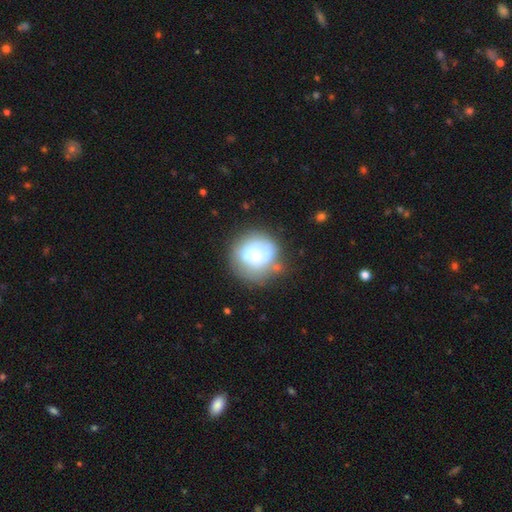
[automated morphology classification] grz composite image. It shows a smooth galaxy with no disk features (49%). Merging: none (55%).